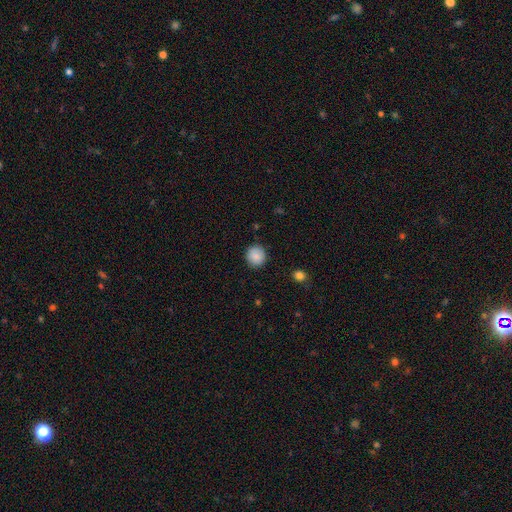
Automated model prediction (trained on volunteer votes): This is clearly a smooth galaxy (87%). How rounded: clearly round (89%). Merging: clearly none (89%).